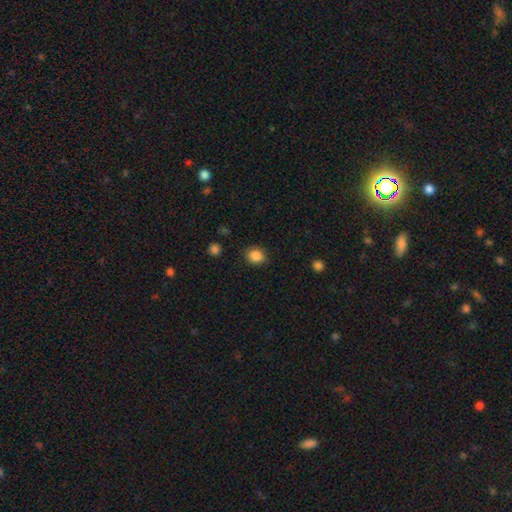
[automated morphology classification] A smooth galaxy with no disk features (86%) that is round (71%).

Vote fractions:
- Smooth or featured? smooth: 86% / star or artifact: 10% / featured or disk: 4%
- How rounded? round: 71% / in between: 28% / cigar-shaped: 1%
- Merging? none: 84% / minor disturbance: 11% / major disturbance: 3% / merger: 1%